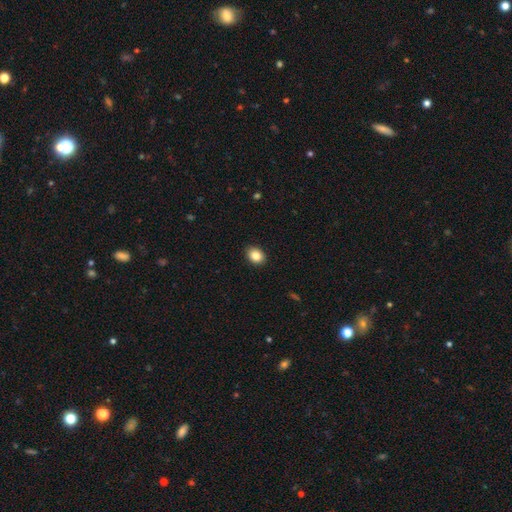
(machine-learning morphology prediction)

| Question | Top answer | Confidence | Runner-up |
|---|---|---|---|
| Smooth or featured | smooth | 86% | star or artifact (8%) |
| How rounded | in between | 65% | round (34%) |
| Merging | none | 91% | minor disturbance (7%) |